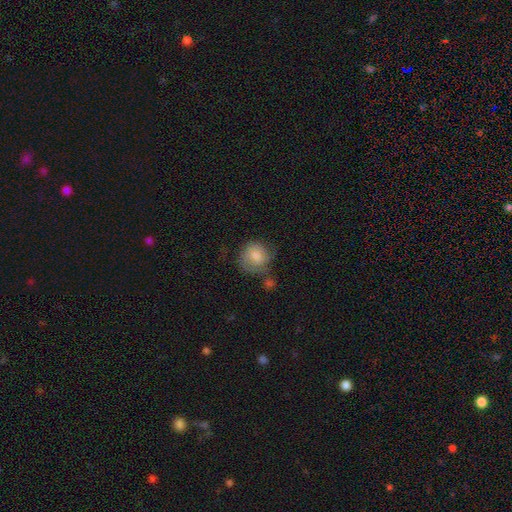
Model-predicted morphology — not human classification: Smooth or featured? Predicted: smooth (p=0.72). How rounded? Predicted: round (p=0.80). Merging? Predicted: none (p=0.47).